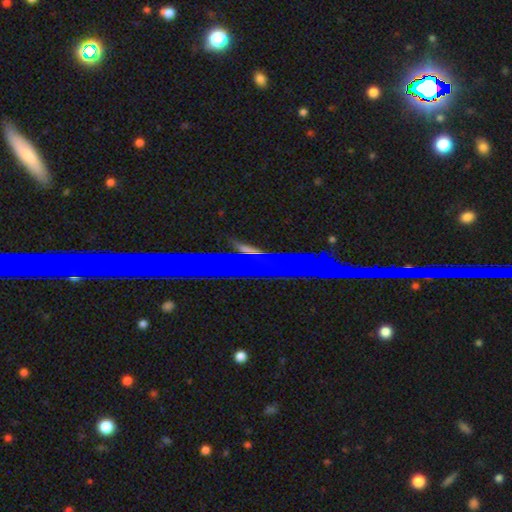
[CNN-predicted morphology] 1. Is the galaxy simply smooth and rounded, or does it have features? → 39% star or artifact, 35% featured or disk, 26% smooth.